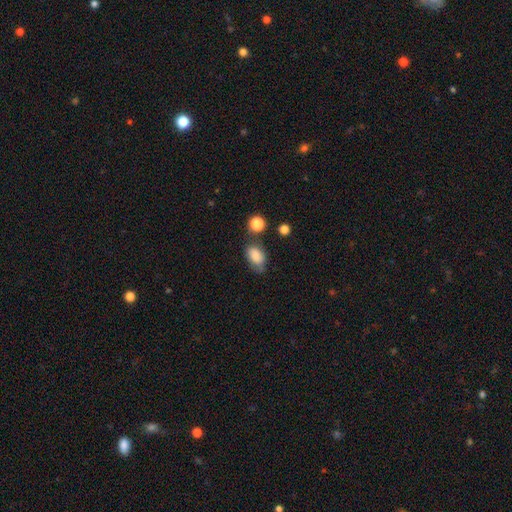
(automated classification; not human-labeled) Smooth or featured?
  - smooth: 81% *
  - featured or disk: 10%
  - star or artifact: 9%
How rounded?
  - in between: 87% *
  - round: 12%
  - cigar-shaped: 2%
Merging?
  - none: 55% *
  - minor disturbance: 29%
  - major disturbance: 9%
  - merger: 7%